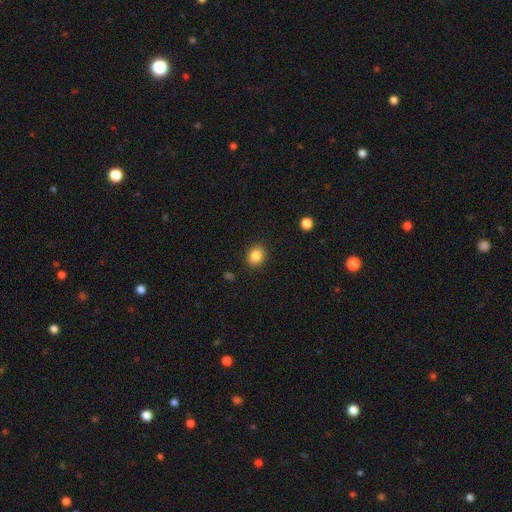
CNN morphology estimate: Smooth or featured: smooth — 86% (star or artifact — 10%)
How rounded: round — 64% (in between — 35%)
Merging: none — 89% (minor disturbance — 8%)